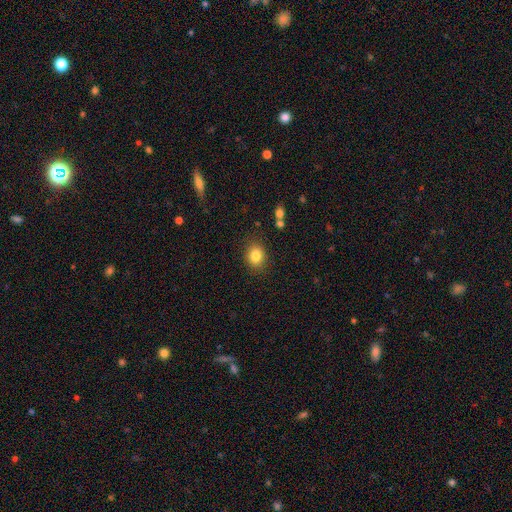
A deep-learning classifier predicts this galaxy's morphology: smooth-or-featured: smooth: 83% | star or artifact: 10% | featured or disk: 7%
  how-rounded: round: 55% | in between: 44% | cigar-shaped: 1%
  merging: none: 86% | minor disturbance: 9% | major disturbance: 3% | merger: 2%